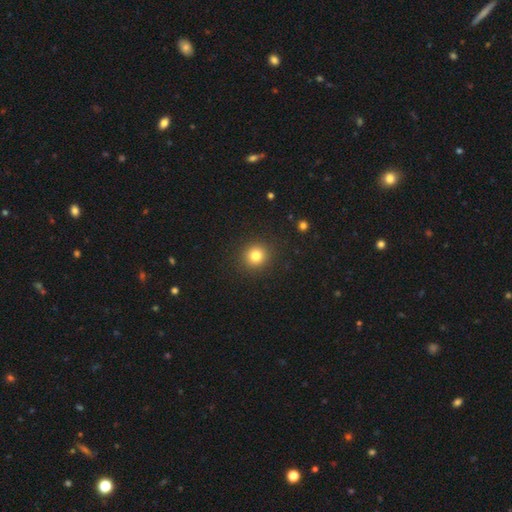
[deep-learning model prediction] Q: Smooth or featured?
A: smooth (81%); runner-up: star or artifact (12%)
Q: How rounded?
A: round (92%); runner-up: in between (7%)
Q: Merging?
A: none (92%); runner-up: minor disturbance (5%)